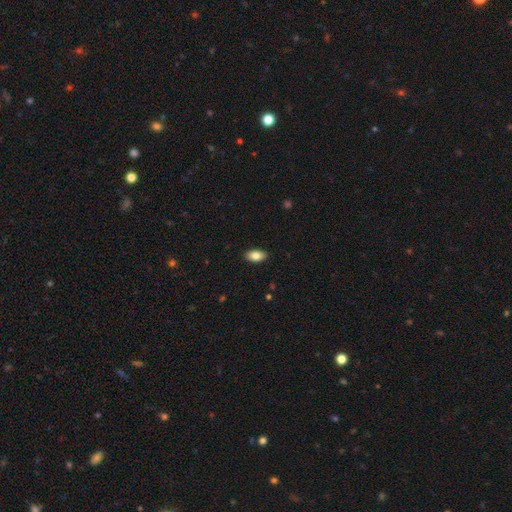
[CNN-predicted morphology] This appears to be a smooth galaxy with no disk features (84%) that is in between round and cigar-shaped (93%). Merging: none (90%).